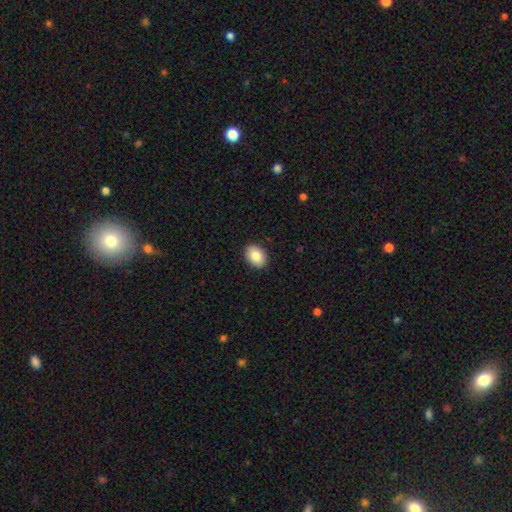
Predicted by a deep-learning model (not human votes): Q: Smooth or featured?
A: smooth (85%); runner-up: featured or disk (8%)
Q: How rounded?
A: in between (75%); runner-up: round (24%)
Q: Merging?
A: none (91%); runner-up: minor disturbance (7%)